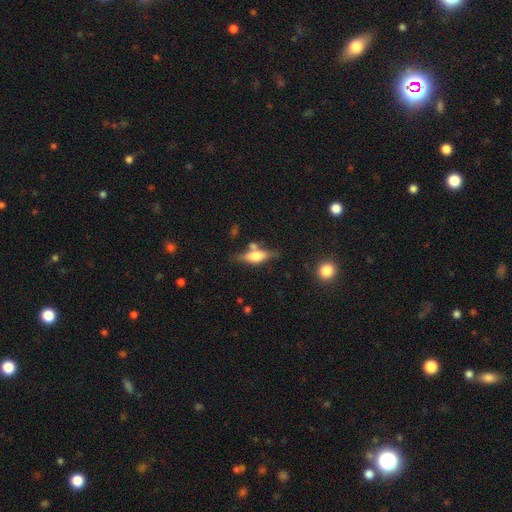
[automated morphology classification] Overall: smooth (48%; featured or disk 44%). Merging: none (65%).